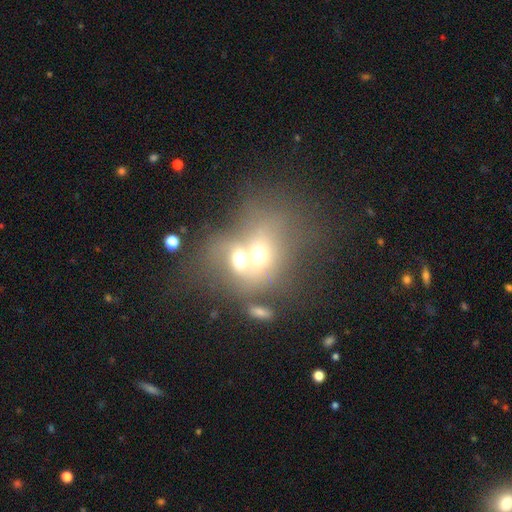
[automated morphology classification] smooth_or_featured: smooth (p=0.53) [alt: featured or disk p=0.33]
how_rounded: round (p=0.49) [tied with: in between p=0.49]
merging: merger (p=0.74) [alt: none p=0.12]